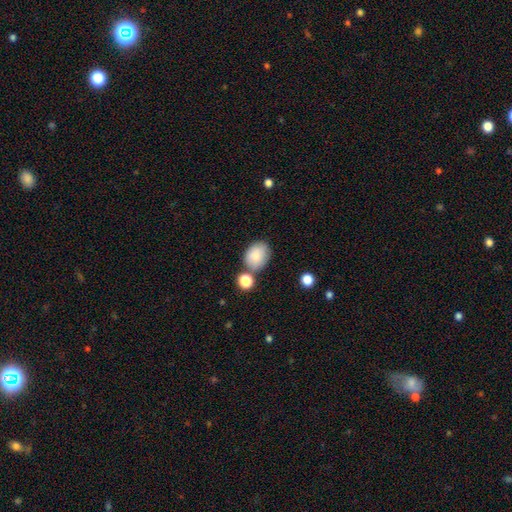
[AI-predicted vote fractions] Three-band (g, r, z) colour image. It shows a smooth galaxy with no disk features (84%) that is in between round and cigar-shaped (62%). Merging: none (65%).